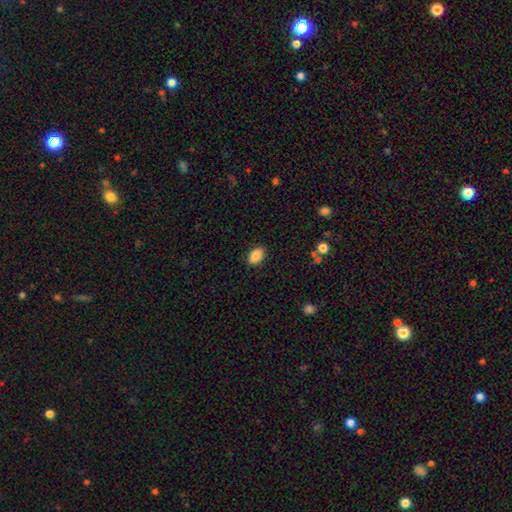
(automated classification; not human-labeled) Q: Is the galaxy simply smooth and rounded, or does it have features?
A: smooth — 86%.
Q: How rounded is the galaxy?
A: in between — 85%.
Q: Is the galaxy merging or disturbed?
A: none — 88%.